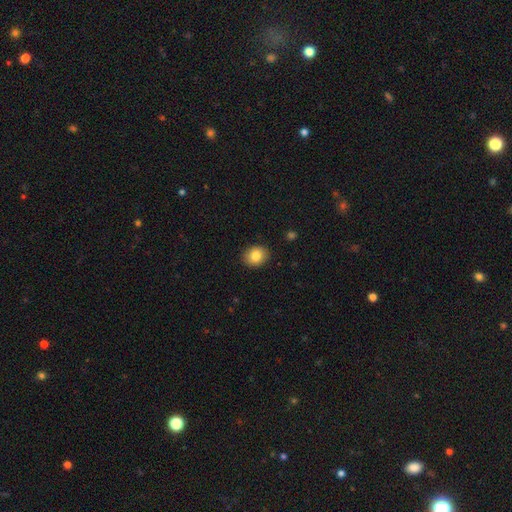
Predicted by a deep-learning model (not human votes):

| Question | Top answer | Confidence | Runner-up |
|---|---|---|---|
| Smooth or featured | smooth | 84% | star or artifact (9%) |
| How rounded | round | 54% | in between (45%) |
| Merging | none | 89% | minor disturbance (8%) |